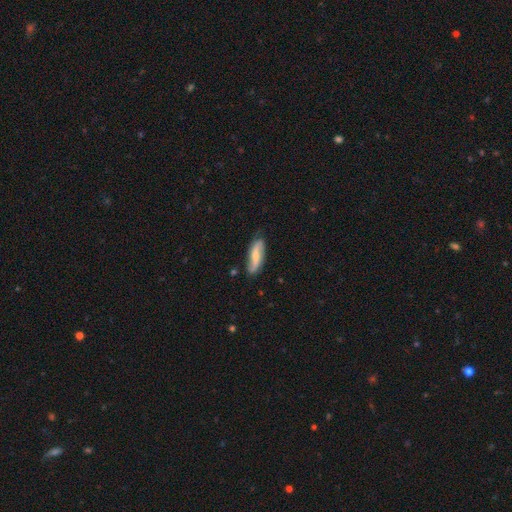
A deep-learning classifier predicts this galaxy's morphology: A featured or disk galaxy (66%) with a weak bar (36%), 2 (90%) loose (68%) spiral arms (92%) and a small central bulge (51%). Merging: none (75%).